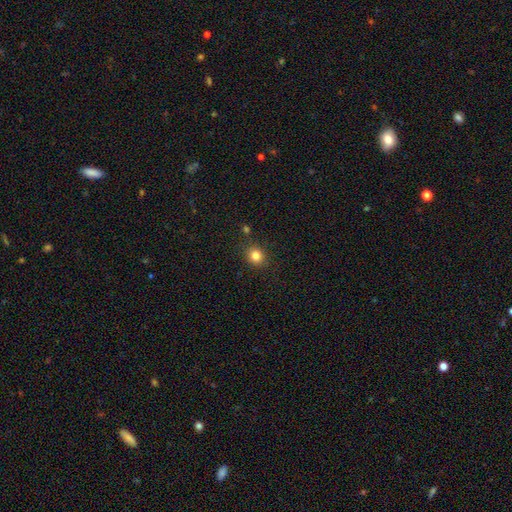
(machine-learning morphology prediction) This is clearly a smooth galaxy (82%). How rounded: likely round (78%). Merging: clearly none (86%).